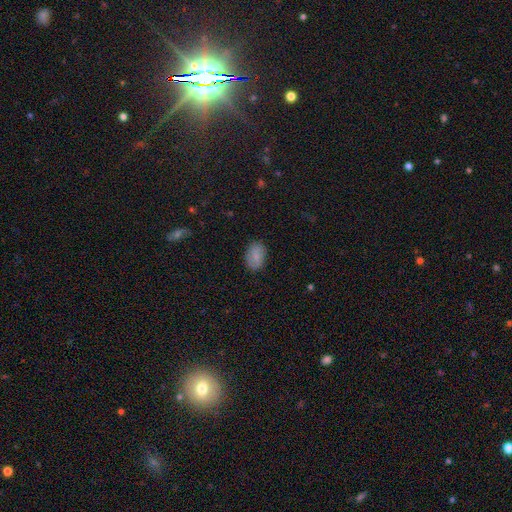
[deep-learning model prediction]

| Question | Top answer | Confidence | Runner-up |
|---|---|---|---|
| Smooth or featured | smooth | 80% | featured or disk (12%) |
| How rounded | in between | 86% | round (13%) |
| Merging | none | 84% | minor disturbance (12%) |